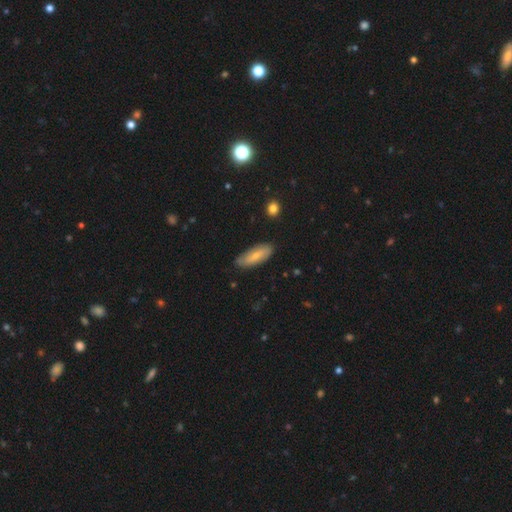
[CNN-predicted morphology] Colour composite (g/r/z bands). It shows a smooth galaxy with no disk features (64%) that is in between round and cigar-shaped (69%). Merging: none (79%).